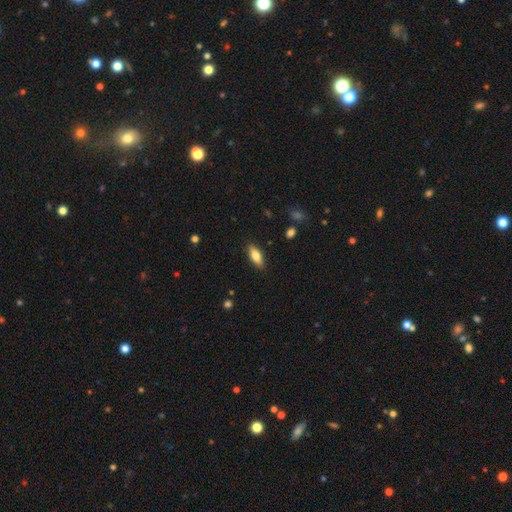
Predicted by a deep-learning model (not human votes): This appears to be a smooth galaxy with no disk features (77%) that is in between round and cigar-shaped (75%). Merging: none (87%).